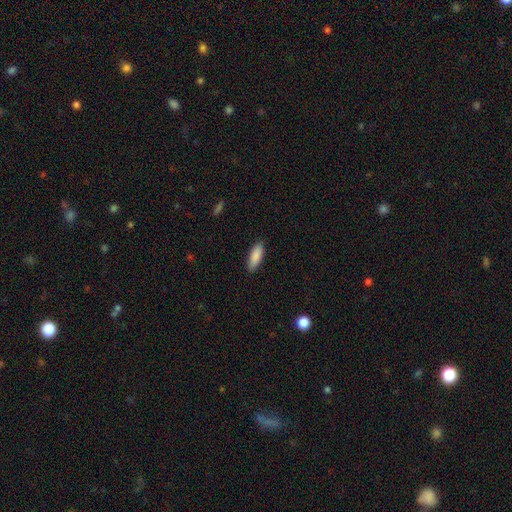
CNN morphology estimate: smooth-or-featured: smooth: 88% | featured or disk: 7% | star or artifact: 6%
  how-rounded: in between: 60% | cigar-shaped: 38% | round: 2%
  merging: none: 87% | minor disturbance: 10% | major disturbance: 2% | merger: 1%